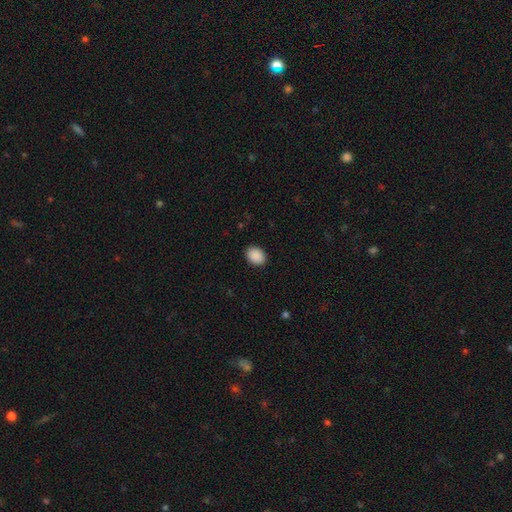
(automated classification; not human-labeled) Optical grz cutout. It shows a smooth galaxy with no disk features (91%) that is in between round and cigar-shaped (68%). Merging: none (90%).